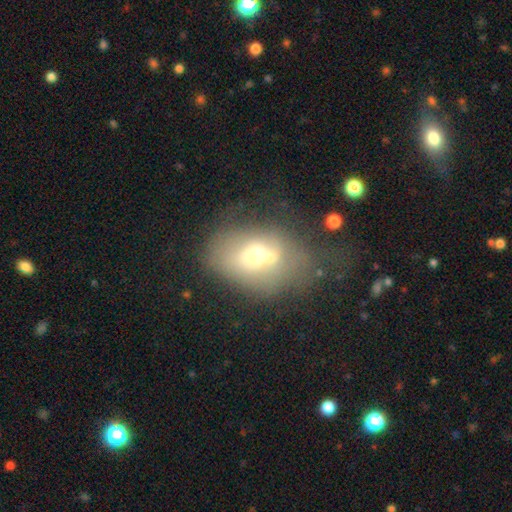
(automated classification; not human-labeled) smooth-or-featured: smooth: 55% | featured or disk: 32% | star or artifact: 13%
  how-rounded: in between: 63% | round: 35% | cigar-shaped: 1%
  merging: merger: 46% | none: 23% | minor disturbance: 16% | major disturbance: 16%